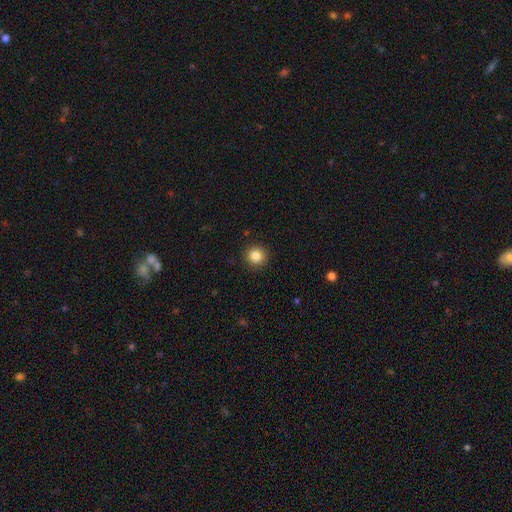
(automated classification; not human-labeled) smooth_or_featured: smooth (p=0.85) [alt: star or artifact p=0.10]
how_rounded: round (p=0.94) [alt: in between p=0.05]
merging: none (p=0.92) [alt: minor disturbance p=0.06]